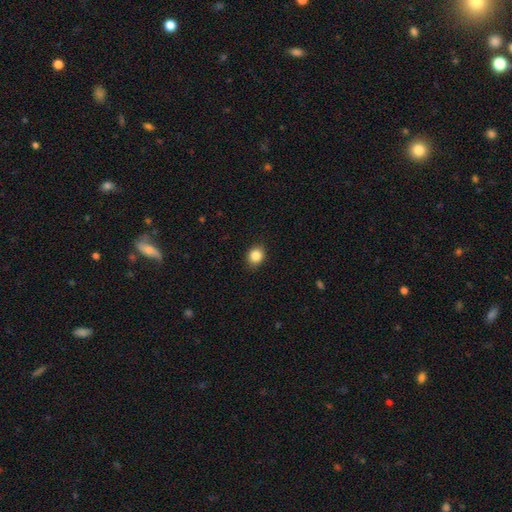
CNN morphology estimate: This appears to be a smooth galaxy with no disk features (86%) that is round (65%). Merging: none (88%).